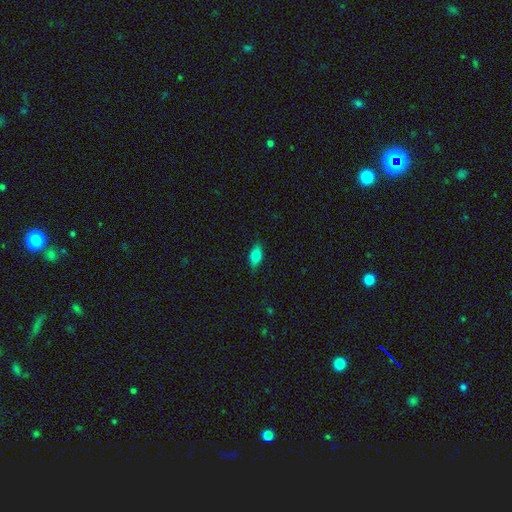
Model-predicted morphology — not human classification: type=smooth (79%); roundness=in between (85%); merging=none (84%).